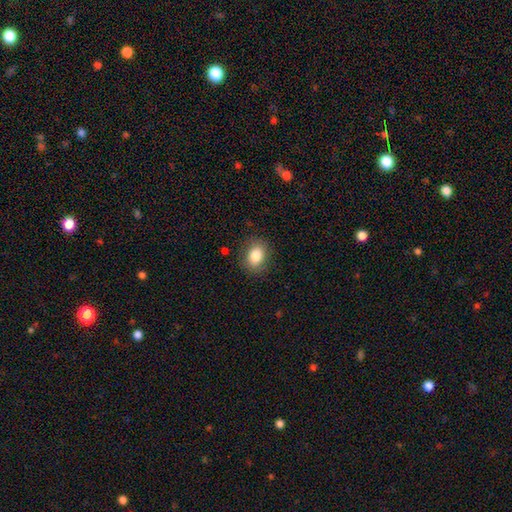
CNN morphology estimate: This is clearly a smooth galaxy (84%). How rounded: likely in between (61%). Merging: clearly none (85%).